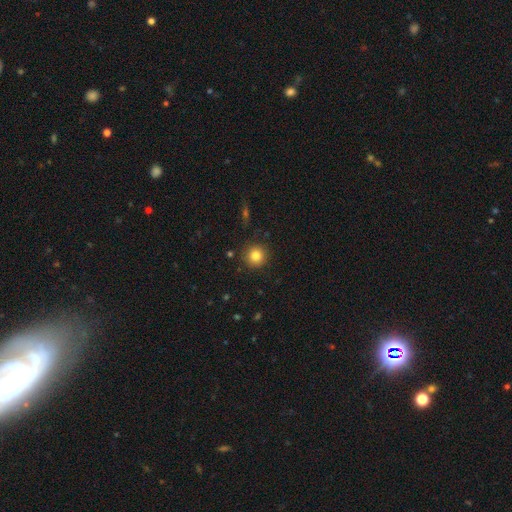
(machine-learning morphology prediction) The model was most divided on "smooth or featured": smooth: 83%, star or artifact: 11%, featured or disk: 6%. More confident: how rounded — round (94%); merging — none (89%).